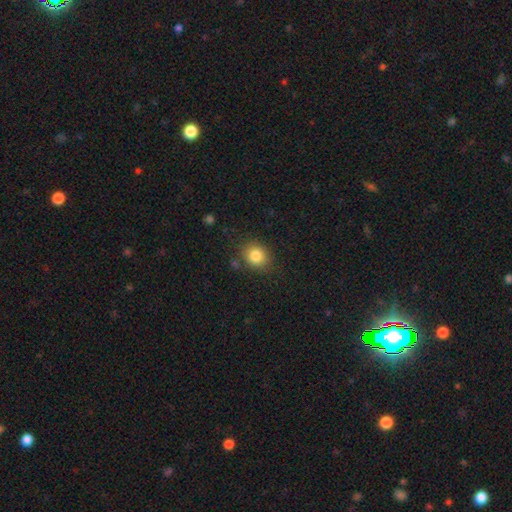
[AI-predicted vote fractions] Smooth or featured? smooth (83%)
How rounded? round (74%)
Merging? none (81%)